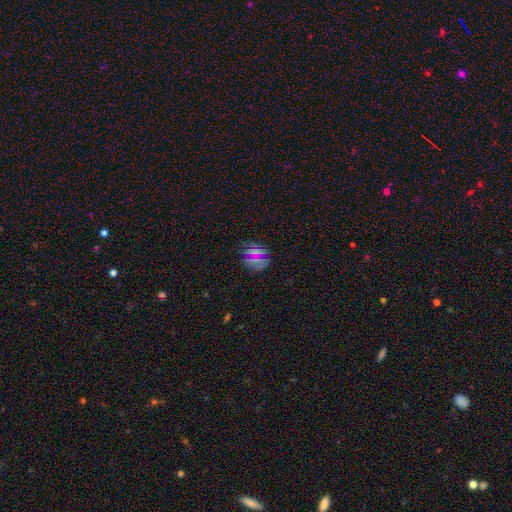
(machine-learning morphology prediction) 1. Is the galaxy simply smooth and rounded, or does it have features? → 64% smooth, 26% star or artifact, 10% featured or disk.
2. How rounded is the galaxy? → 69% round, 27% in between, 4% cigar-shaped.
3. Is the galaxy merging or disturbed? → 81% none, 12% minor disturbance, 4% major disturbance, 3% merger.